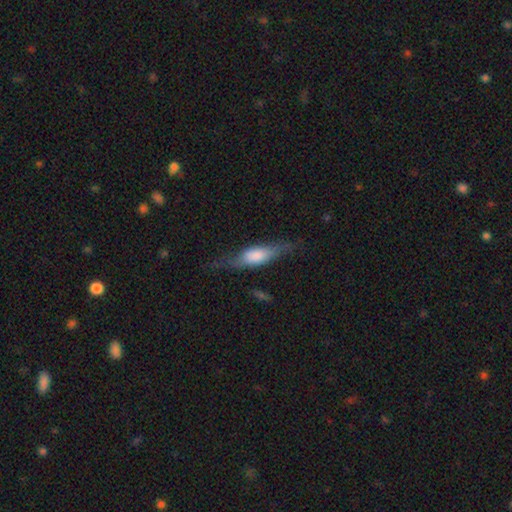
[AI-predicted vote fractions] A smooth galaxy with no disk features (49%). Merging: none (58%).